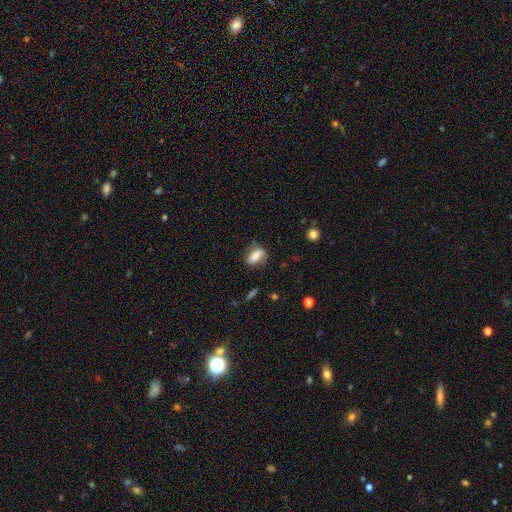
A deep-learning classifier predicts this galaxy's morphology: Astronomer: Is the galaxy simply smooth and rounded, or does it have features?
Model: smooth — 69%.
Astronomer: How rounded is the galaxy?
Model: in between — 73%.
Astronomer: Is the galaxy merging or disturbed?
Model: none — 71%.